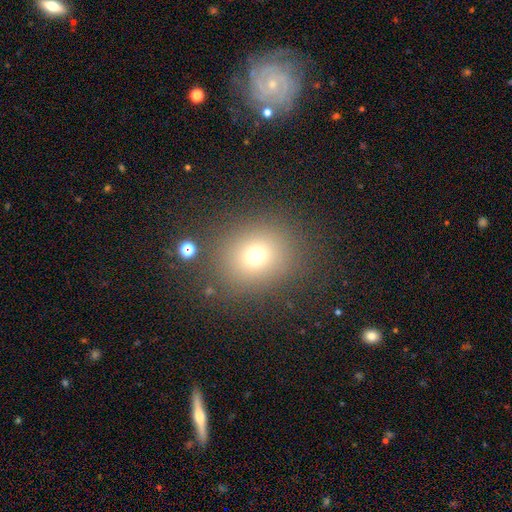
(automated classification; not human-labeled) This appears to be a smooth galaxy with no disk features (70%) that is round (76%). Merging: none (84%).